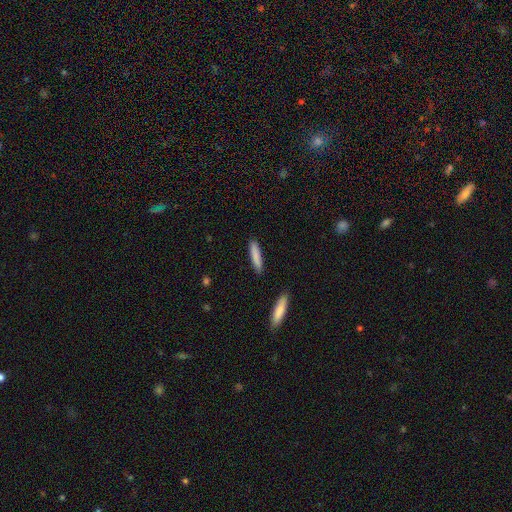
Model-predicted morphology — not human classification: This is clearly a smooth galaxy (84%). How rounded: clearly cigar-shaped (85%). Merging: clearly none (88%).